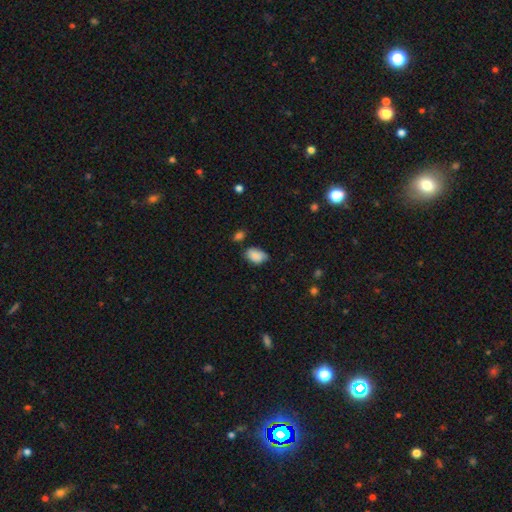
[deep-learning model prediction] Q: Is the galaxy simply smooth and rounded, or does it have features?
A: smooth — 84%.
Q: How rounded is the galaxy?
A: in between — 89%.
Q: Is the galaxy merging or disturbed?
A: none — 57%.